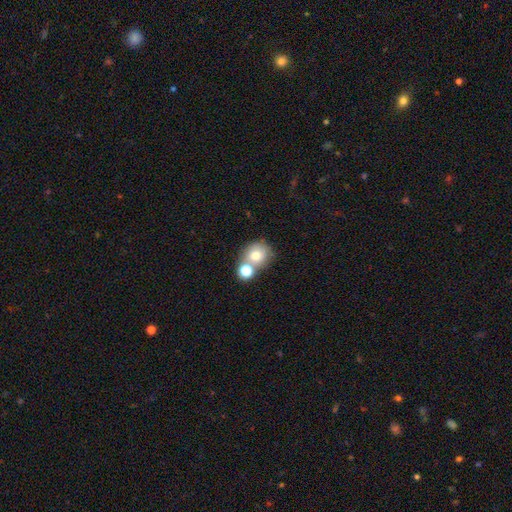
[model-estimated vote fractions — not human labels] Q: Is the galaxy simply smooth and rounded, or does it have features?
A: smooth — 75%.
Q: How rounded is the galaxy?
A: round — 75%.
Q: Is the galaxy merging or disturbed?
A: none — 46%.